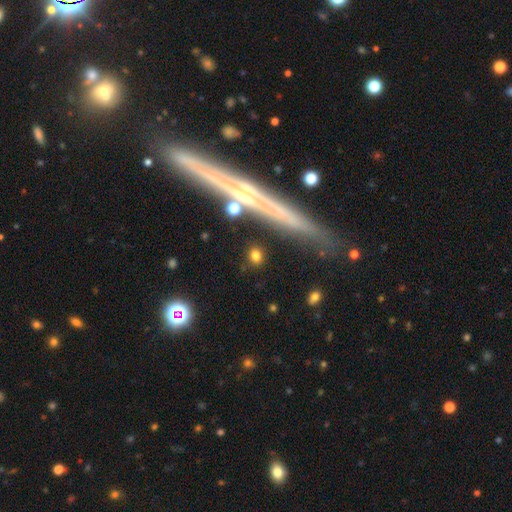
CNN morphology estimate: Smooth or featured?
  - smooth: 78% *
  - star or artifact: 11%
  - featured or disk: 11%
How rounded?
  - round: 73% *
  - in between: 21%
  - cigar-shaped: 6%
Merging?
  - none: 85% *
  - minor disturbance: 8%
  - merger: 3%
  - major disturbance: 3%